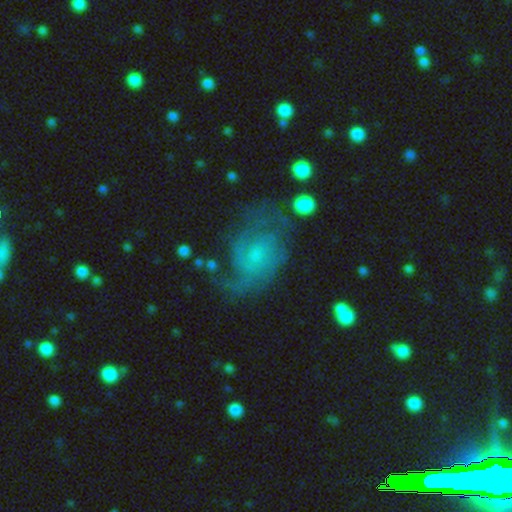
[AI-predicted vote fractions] Smooth or featured? featured or disk (75%)
Edge-on disk? no (98%)
Bar? no (67%)
Spiral arms? yes (90%)
Spiral winding? medium (44%)
Spiral arm count? 2 (35%)
Bulge size? small (64%)
Merging? none (54%)